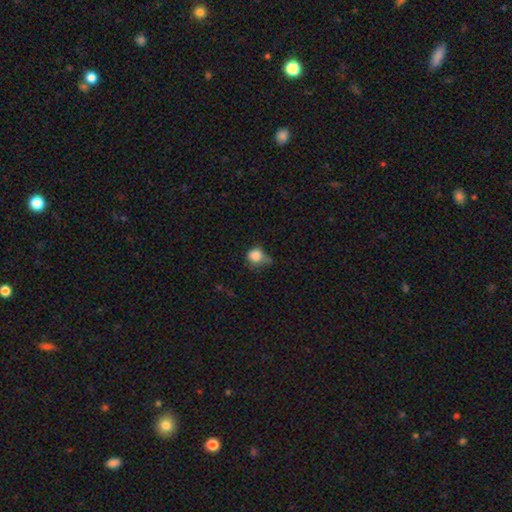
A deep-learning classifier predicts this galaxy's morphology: This is clearly a smooth galaxy (82%). How rounded: likely round (72%). Merging: marginally minor disturbance (40%).